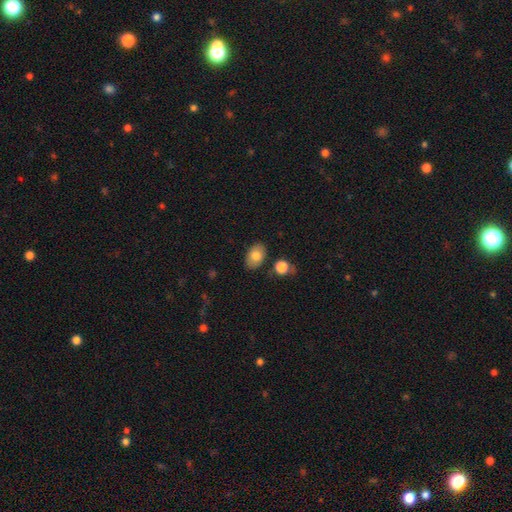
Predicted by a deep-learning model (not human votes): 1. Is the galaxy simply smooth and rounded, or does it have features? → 79% smooth, 14% featured or disk, 7% star or artifact.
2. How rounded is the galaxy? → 87% in between, 12% round, 1% cigar-shaped.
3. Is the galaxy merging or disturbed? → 82% none, 11% minor disturbance, 4% merger, 3% major disturbance.